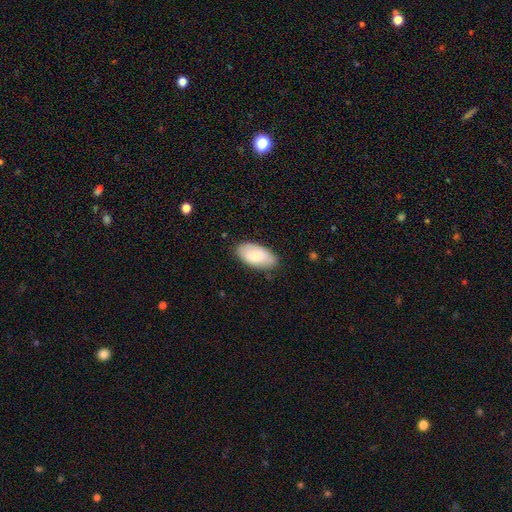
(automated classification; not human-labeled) A smooth galaxy with no disk features (74%) that is in between round and cigar-shaped (95%). Merging: none (81%).